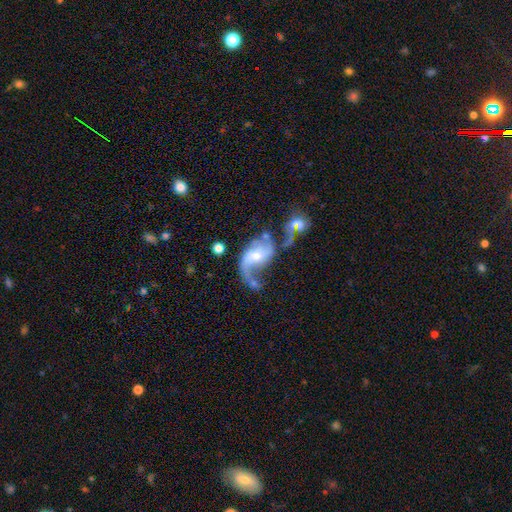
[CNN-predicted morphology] featured or disk 80%, smooth 12%, star or artifact 7%. Down the decision tree: edge-on disk — no (97%); bar — weak (44%); spiral arms — yes (91%); spiral arm count — 2 (75%); spiral winding — loose (76%); bulge size — small (46%); merging — major disturbance (30%).